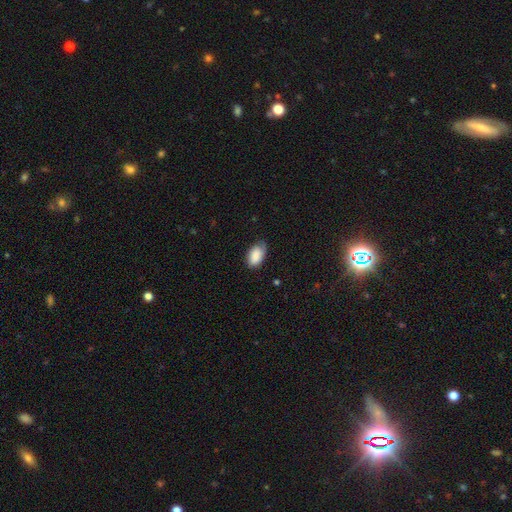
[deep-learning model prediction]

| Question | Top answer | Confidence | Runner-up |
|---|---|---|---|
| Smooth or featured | smooth | 85% | featured or disk (8%) |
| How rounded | in between | 93% | round (6%) |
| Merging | none | 63% | minor disturbance (30%) |